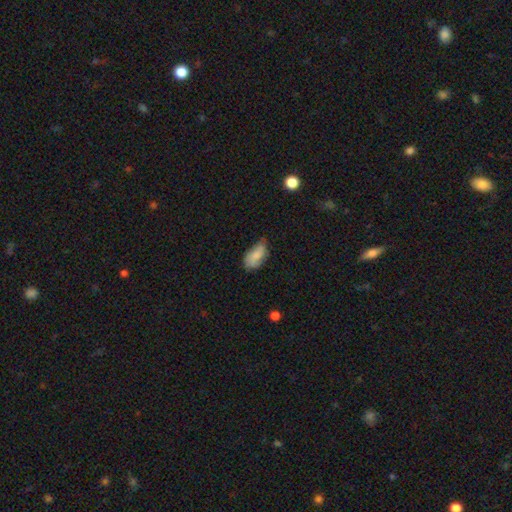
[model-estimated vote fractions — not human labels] Smooth or featured?
  - smooth: 80% *
  - featured or disk: 13%
  - star or artifact: 7%
How rounded?
  - in between: 92% *
  - cigar-shaped: 5%
  - round: 3%
Merging?
  - none: 53% *
  - minor disturbance: 37%
  - major disturbance: 8%
  - merger: 2%